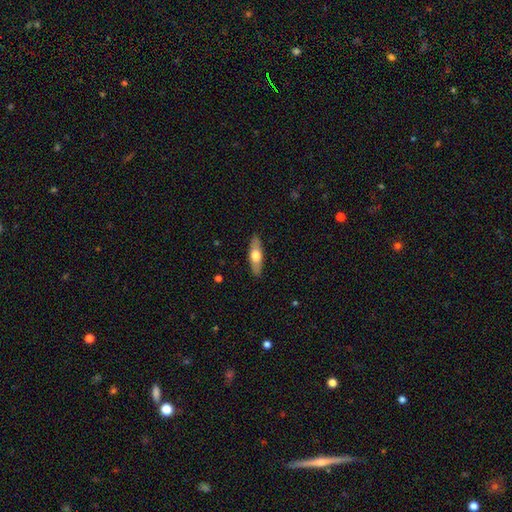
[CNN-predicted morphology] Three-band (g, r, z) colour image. It shows a smooth galaxy with no disk features (56%) that is cigar-shaped (49%). Merging: none (89%).